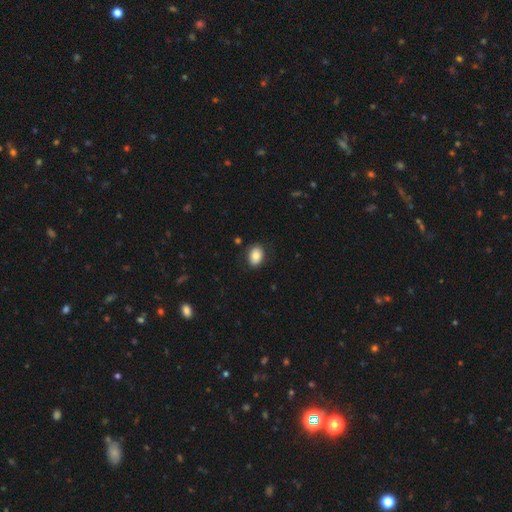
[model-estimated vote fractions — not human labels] A smooth galaxy with no disk features (82%) that is in between round and cigar-shaped (75%). Merging: none (84%).